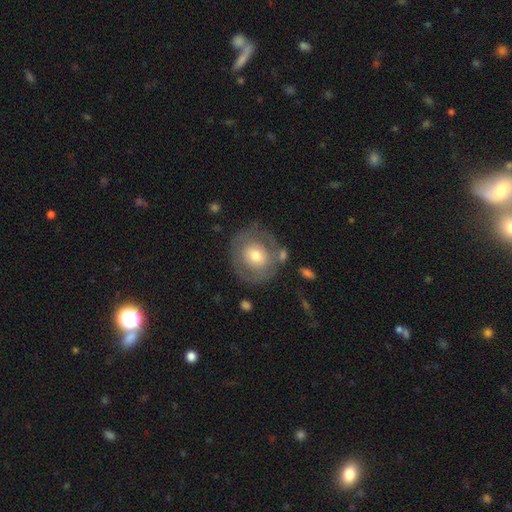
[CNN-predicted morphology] smooth-or-featured: smooth: 51% | featured or disk: 42% | star or artifact: 7%
  how-rounded: round: 84% | in between: 15% | cigar-shaped: 1%
  merging: none: 68% | minor disturbance: 17% | major disturbance: 9% | merger: 6%